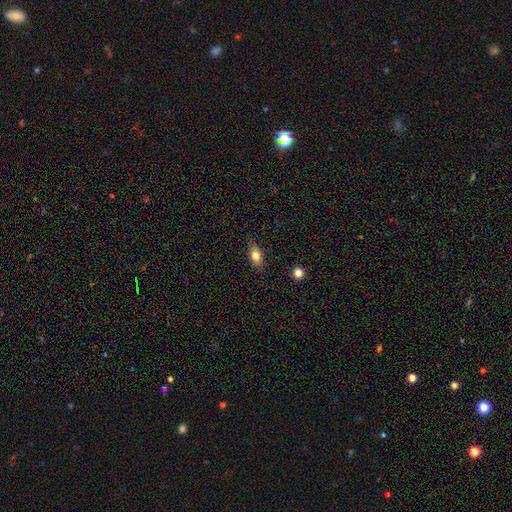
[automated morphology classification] smooth-or-featured: smooth: 79% | featured or disk: 12% | star or artifact: 9%
  how-rounded: in between: 85% | round: 10% | cigar-shaped: 5%
  merging: none: 84% | minor disturbance: 12% | major disturbance: 2% | merger: 1%